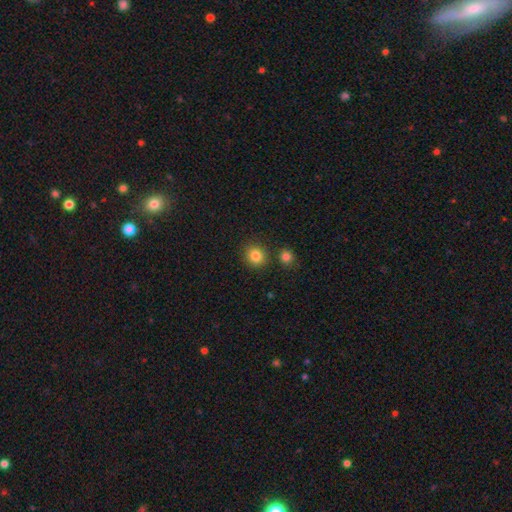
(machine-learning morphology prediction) type=smooth (83%); roundness=round (87%); merging=none (84%).